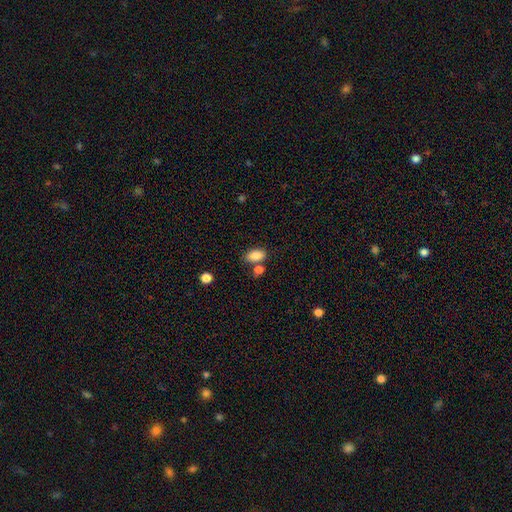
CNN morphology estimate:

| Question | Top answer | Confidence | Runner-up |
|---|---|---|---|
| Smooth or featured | smooth | 87% | star or artifact (8%) |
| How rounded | in between | 91% | round (7%) |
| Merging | none | 66% | merger (16%) |